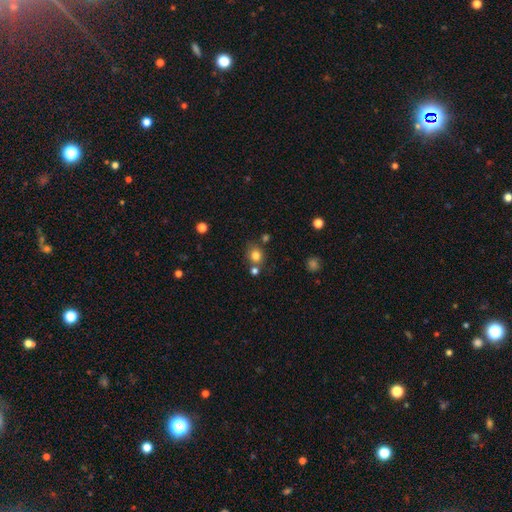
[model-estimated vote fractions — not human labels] This appears to be a smooth galaxy with no disk features (81%) that is round (74%). Merging: none (69%).